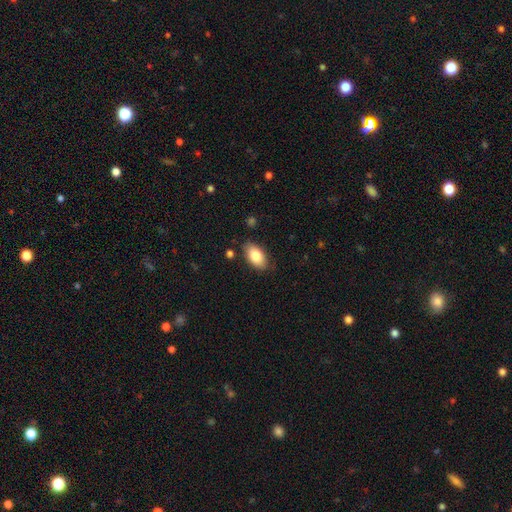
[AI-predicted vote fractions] Smooth or featured: smooth — 84% (featured or disk — 9%)
How rounded: in between — 93% (round — 4%)
Merging: none — 83% (minor disturbance — 13%)